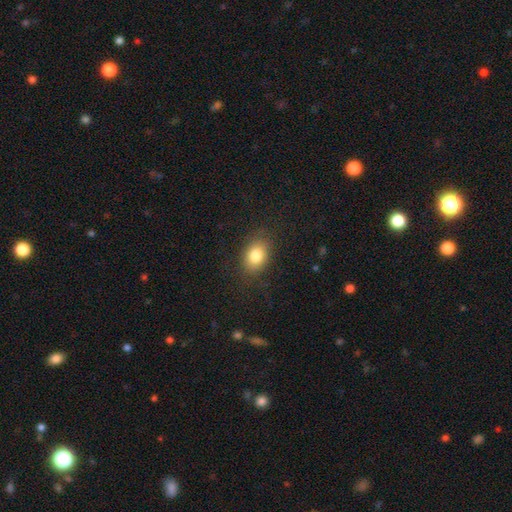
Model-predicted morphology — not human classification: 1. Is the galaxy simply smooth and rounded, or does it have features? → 82% smooth, 9% star or artifact, 9% featured or disk.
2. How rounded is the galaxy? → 74% in between, 24% round, 1% cigar-shaped.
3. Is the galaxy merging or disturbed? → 82% none, 13% minor disturbance, 5% major disturbance, 1% merger.